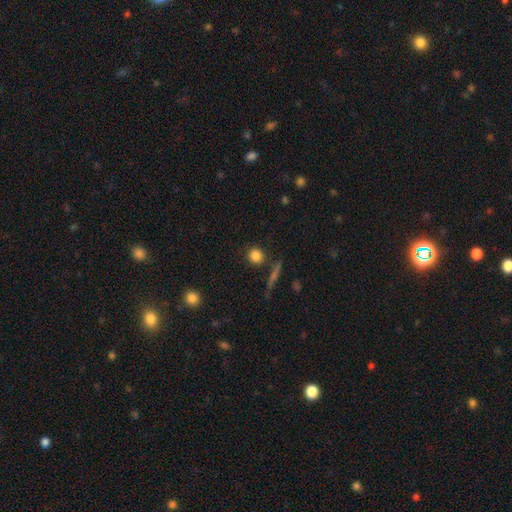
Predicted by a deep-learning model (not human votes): Smooth or featured? Predicted: smooth (p=0.84). How rounded? Predicted: round (p=0.84). Merging? Predicted: none (p=0.81).